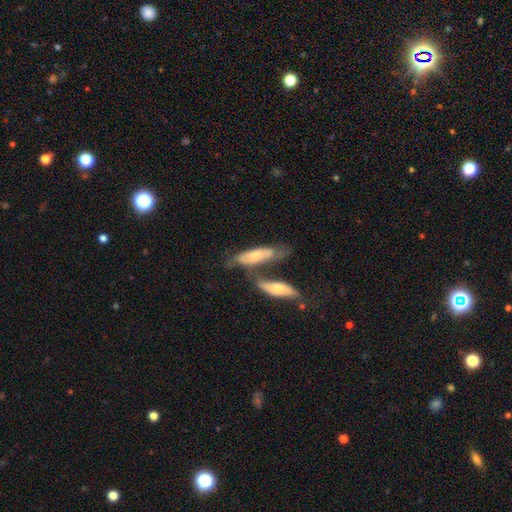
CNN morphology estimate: Smooth or featured? smooth (59%)
How rounded? in between (53%)
Merging? merger (49%)